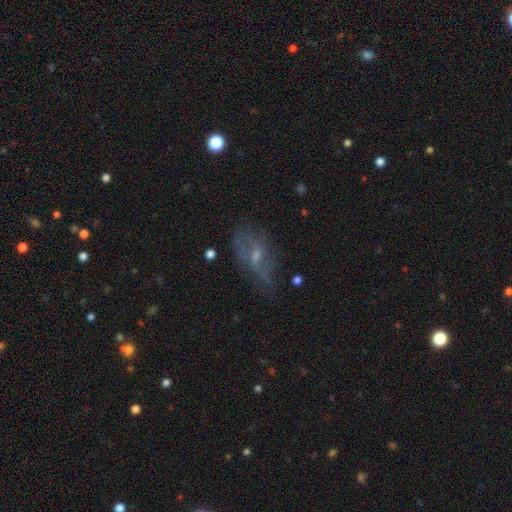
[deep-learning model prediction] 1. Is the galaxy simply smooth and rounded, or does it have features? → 59% featured or disk, 28% smooth, 13% star or artifact.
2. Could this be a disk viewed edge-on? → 91% no, 9% yes.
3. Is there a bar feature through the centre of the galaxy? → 51% no, 40% weak, 9% strong.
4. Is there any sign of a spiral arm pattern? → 56% yes, 44% no.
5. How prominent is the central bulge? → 51% small, 31% moderate, 14% none, 2% large, 1% dominant.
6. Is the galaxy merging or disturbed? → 51% none, 24% minor disturbance, 22% major disturbance, 3% merger.